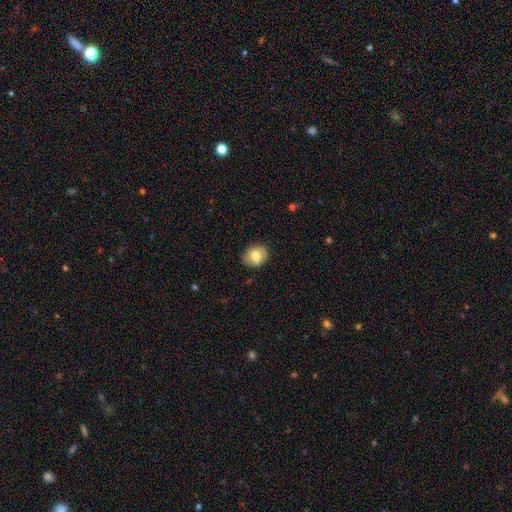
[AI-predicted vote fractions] smooth_or_featured: smooth (p=0.75) [alt: featured or disk p=0.16]
how_rounded: round (p=0.61) [alt: in between p=0.38]
merging: none (p=0.86) [alt: minor disturbance p=0.11]